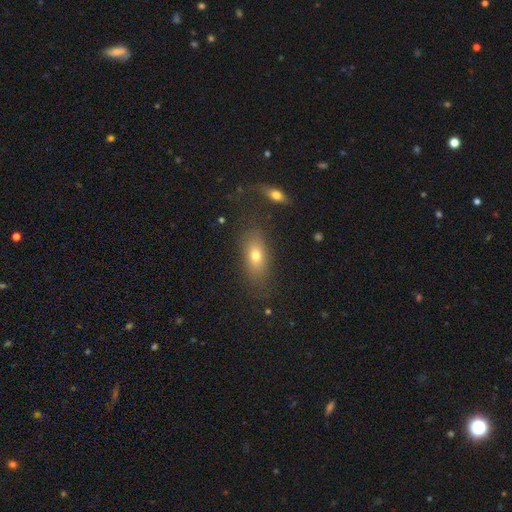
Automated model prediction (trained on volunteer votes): Smooth or featured? smooth (68%)
How rounded? in between (76%)
Merging? none (75%)